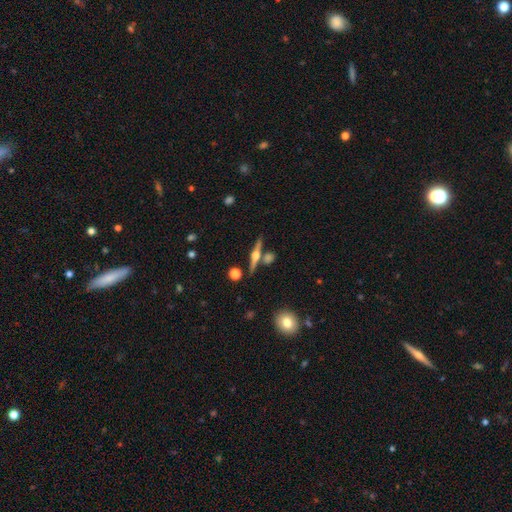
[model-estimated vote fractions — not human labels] Smooth or featured? featured or disk (78%)
Edge-on disk? yes (97%)
Edge-on bulge? rounded (94%)
Merging? none (78%)